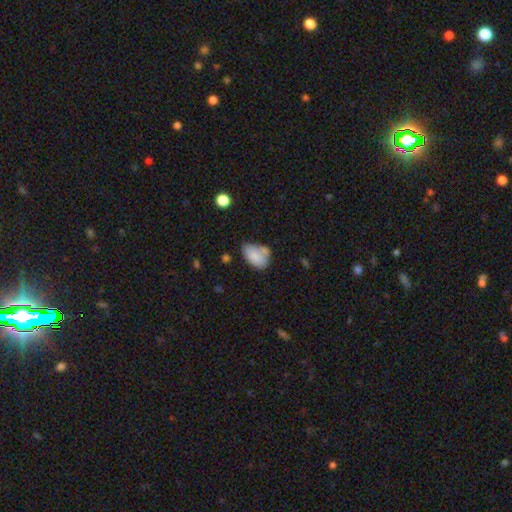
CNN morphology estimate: smooth-or-featured: smooth: 81% | featured or disk: 11% | star or artifact: 8%
  how-rounded: in between: 90% | round: 9% | cigar-shaped: 1%
  merging: none: 46% | minor disturbance: 24% | merger: 22% | major disturbance: 8%